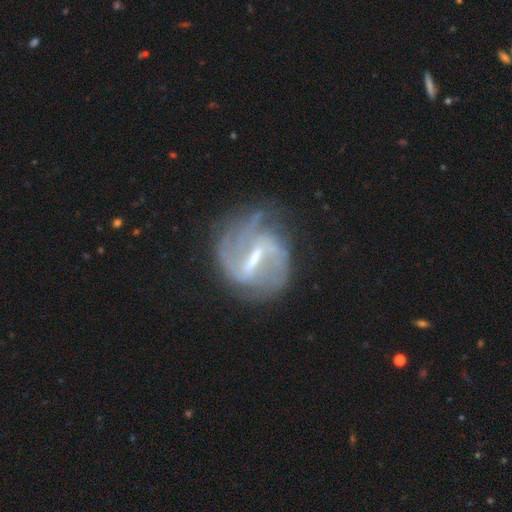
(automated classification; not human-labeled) Smooth or featured? featured or disk (84%)
Edge-on disk? no (96%)
Bar? strong (61%)
Spiral arms? yes (89%)
Spiral winding? medium (43%)
Spiral arm count? 2 (48%)
Bulge size? small (40%)
Merging? none (60%)